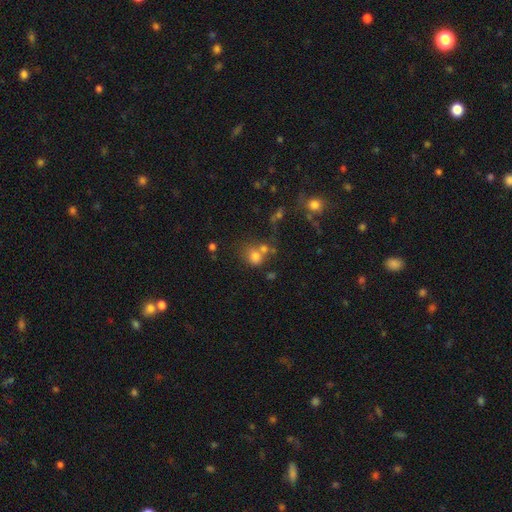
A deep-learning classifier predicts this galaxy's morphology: Smooth or featured: smooth — 68% (star or artifact — 19%)
How rounded: round — 62% (in between — 37%)
Merging: none — 42% (merger — 36%)